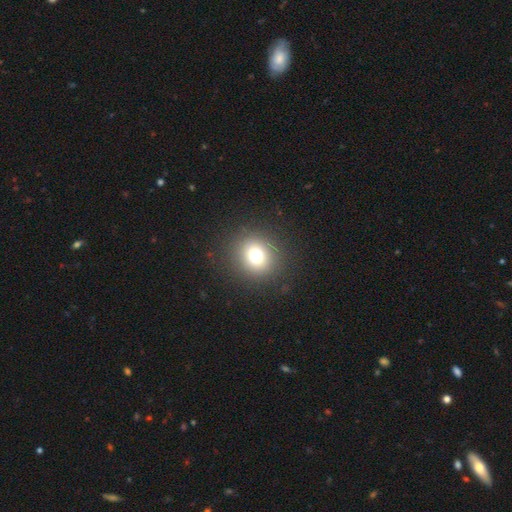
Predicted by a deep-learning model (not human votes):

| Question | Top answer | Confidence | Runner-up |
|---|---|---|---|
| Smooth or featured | smooth | 73% | star or artifact (16%) |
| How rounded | round | 87% | in between (12%) |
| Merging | none | 89% | minor disturbance (6%) |